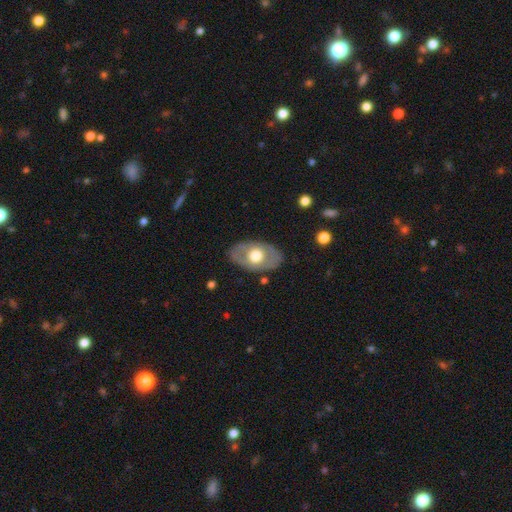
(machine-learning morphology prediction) smooth_or_featured: smooth (p=0.48) [alt: featured or disk p=0.47]
merging: none (p=0.81) [alt: minor disturbance p=0.13]